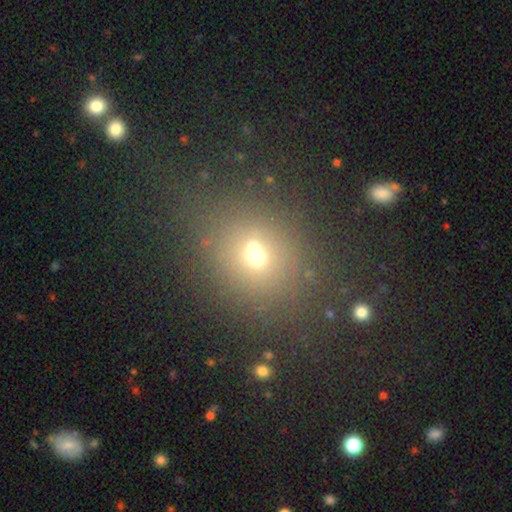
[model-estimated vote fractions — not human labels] Overall: smooth (60%; star or artifact 24%). How rounded: round (73%). Merging: none (61%; merger 22%).